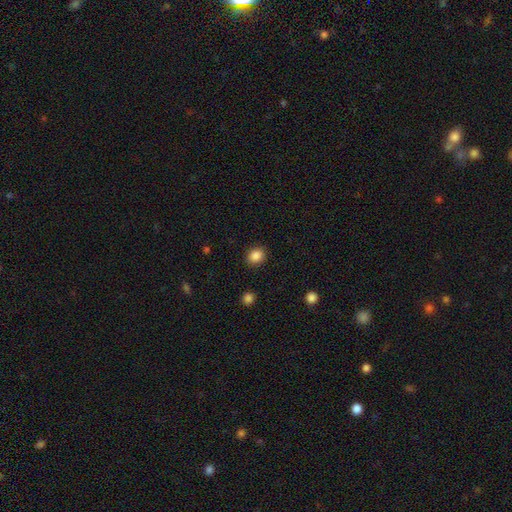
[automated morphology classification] Smooth or featured? Predicted: smooth (p=0.87). How rounded? Predicted: round (p=0.63). Merging? Predicted: none (p=0.89).